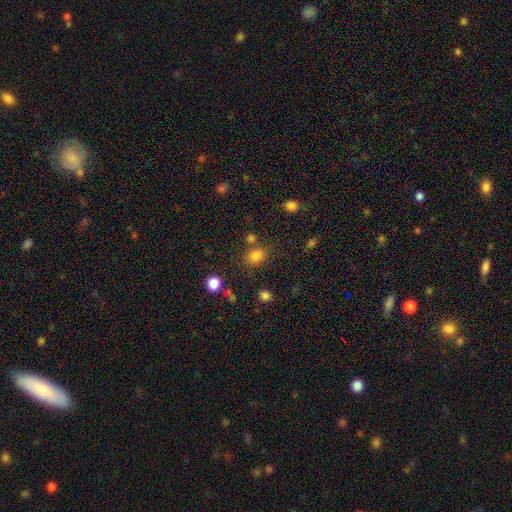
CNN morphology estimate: Overall: smooth (78%). How rounded: round (57%; in between 42%). Merging: none (69%).